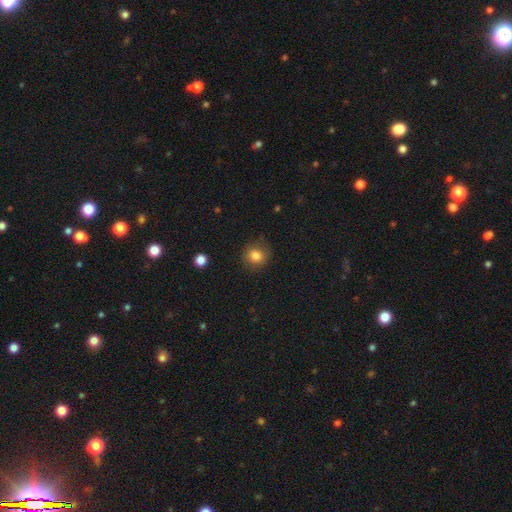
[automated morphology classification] Q: Smooth or featured?
A: smooth (82%); runner-up: star or artifact (11%)
Q: How rounded?
A: round (88%); runner-up: in between (11%)
Q: Merging?
A: none (84%); runner-up: minor disturbance (11%)